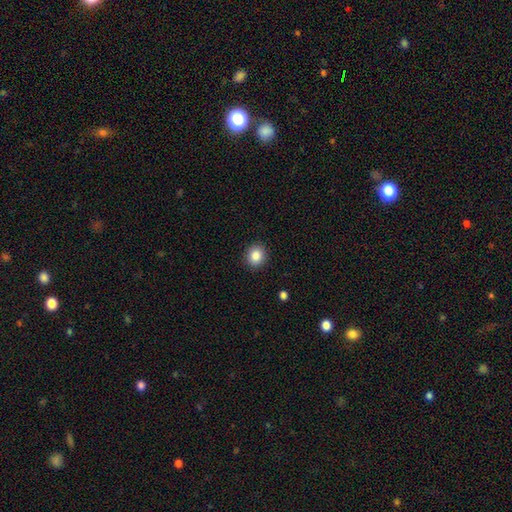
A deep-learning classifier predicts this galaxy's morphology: Smooth or featured? Predicted: smooth (p=0.86). How rounded? Predicted: round (p=0.80). Merging? Predicted: none (p=0.90).